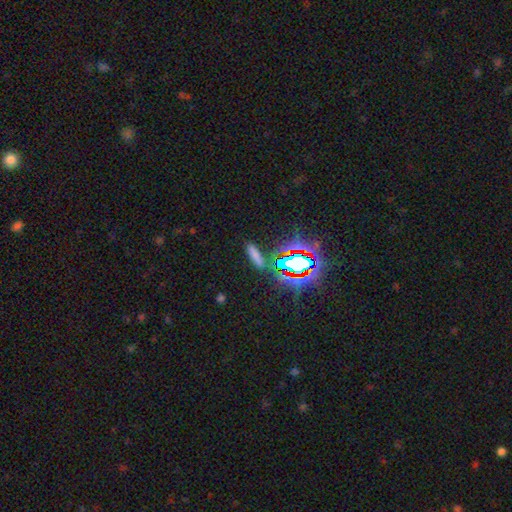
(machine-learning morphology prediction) Smooth or featured? Predicted: smooth (p=0.64). How rounded? Predicted: cigar-shaped (p=0.70). Merging? Predicted: none (p=0.82).